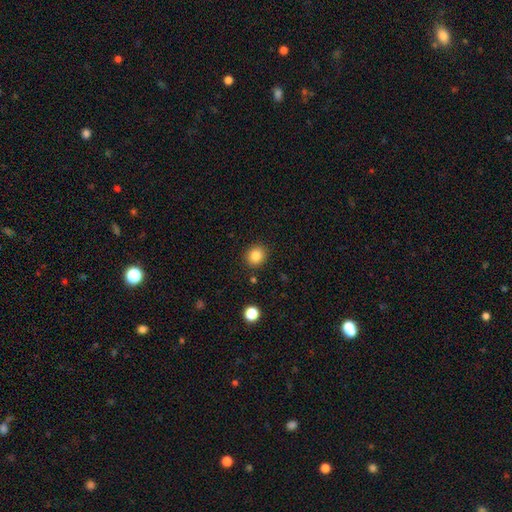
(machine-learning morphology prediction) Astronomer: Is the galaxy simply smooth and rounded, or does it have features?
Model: smooth — 84%.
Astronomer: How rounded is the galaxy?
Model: round — 79%.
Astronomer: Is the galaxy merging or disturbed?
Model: none — 89%.